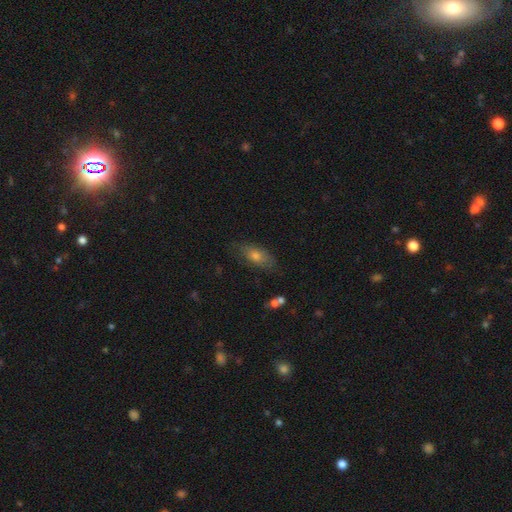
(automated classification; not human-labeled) The model was most divided on "smooth or featured": smooth: 64%, featured or disk: 25%, star or artifact: 11%. More confident: how rounded — in between (77%); merging — none (75%).